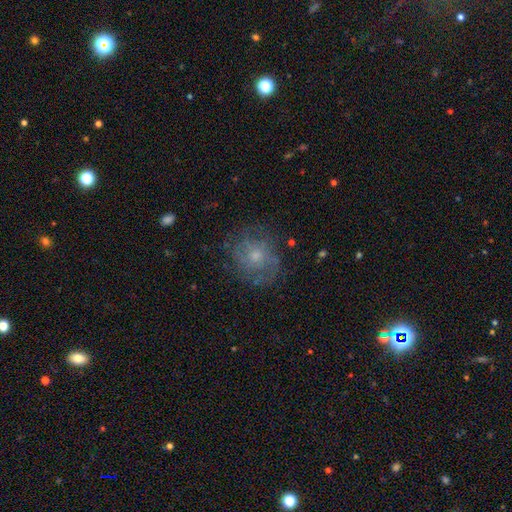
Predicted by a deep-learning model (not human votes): Smooth or featured? Predicted: featured or disk (p=0.48). Merging? Predicted: none (p=0.69).